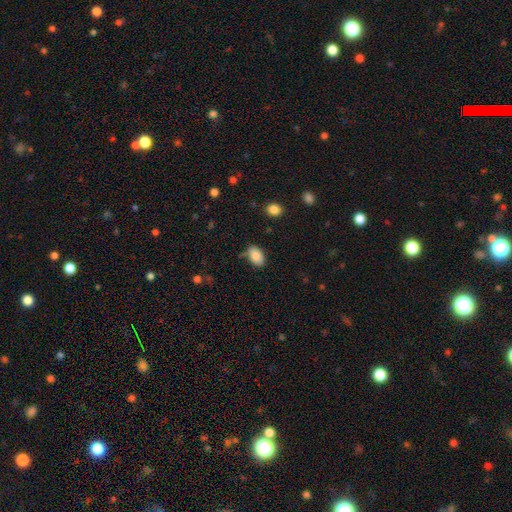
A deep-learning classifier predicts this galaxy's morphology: A smooth galaxy with no disk features (85%) that is in between round and cigar-shaped (90%). Merging: none (70%).